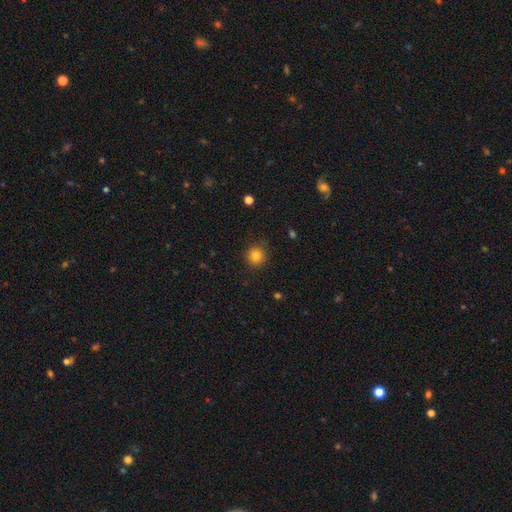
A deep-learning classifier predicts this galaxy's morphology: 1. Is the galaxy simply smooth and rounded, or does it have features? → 82% smooth, 12% star or artifact, 5% featured or disk.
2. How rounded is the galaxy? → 92% round, 7% in between, 1% cigar-shaped.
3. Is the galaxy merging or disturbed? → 88% none, 9% minor disturbance, 2% major disturbance, 1% merger.